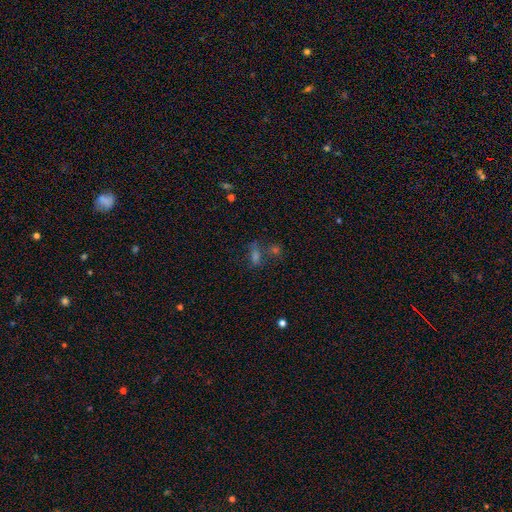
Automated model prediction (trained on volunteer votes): Smooth or featured?
  - smooth: 43% *
  - star or artifact: 37%
  - featured or disk: 20%
Merging?
  - none: 53% *
  - merger: 23%
  - minor disturbance: 14%
  - major disturbance: 10%